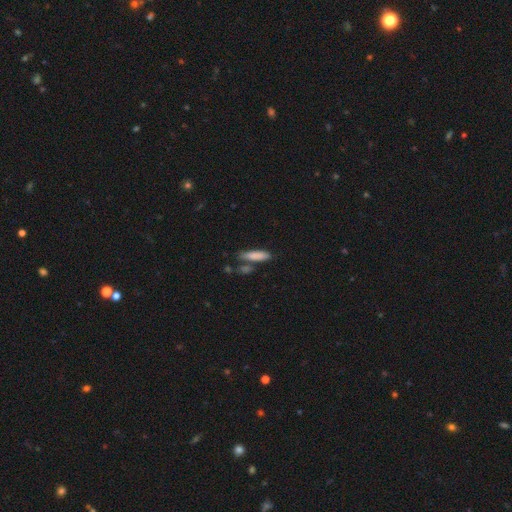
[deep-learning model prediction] The model was most divided on "how rounded": cigar-shaped: 72%, in between: 26%, round: 2%. More confident: smooth or featured — smooth (81%); merging — none (66%).